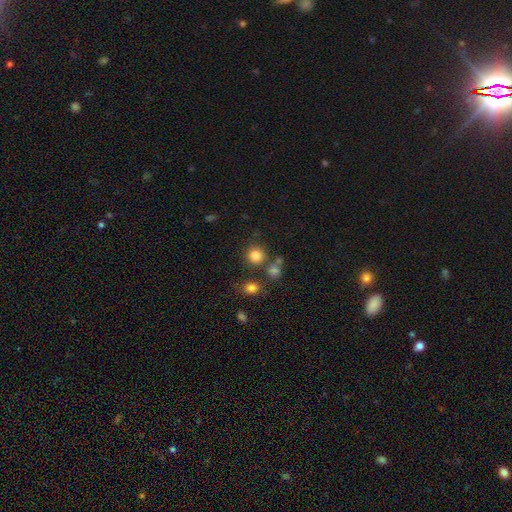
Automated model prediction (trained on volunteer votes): Q: Smooth or featured?
A: smooth (82%); runner-up: star or artifact (13%)
Q: How rounded?
A: round (90%); runner-up: in between (9%)
Q: Merging?
A: none (74%); runner-up: merger (12%)